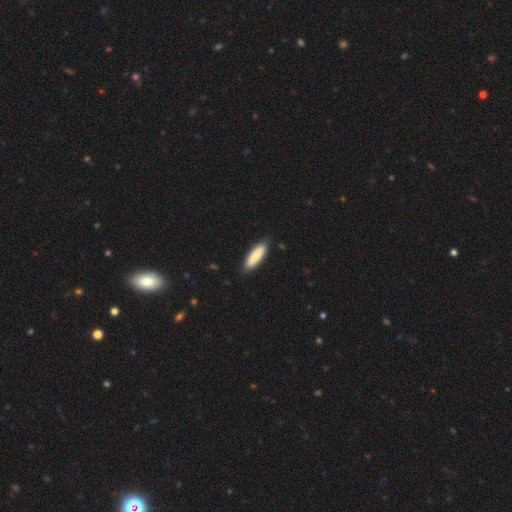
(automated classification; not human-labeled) Overall: smooth (84%). How rounded: cigar-shaped (58%; in between 41%). Merging: none (85%).